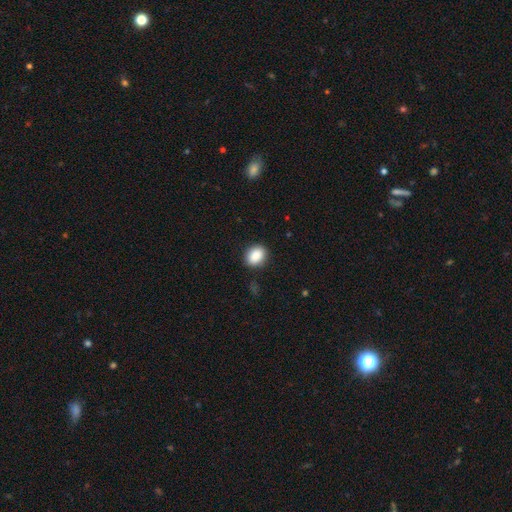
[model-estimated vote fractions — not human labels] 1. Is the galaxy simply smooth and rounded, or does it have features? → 89% smooth, 8% star or artifact, 3% featured or disk.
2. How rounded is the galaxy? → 57% in between, 42% round, 1% cigar-shaped.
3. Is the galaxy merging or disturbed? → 86% none, 10% minor disturbance, 3% major disturbance, 1% merger.